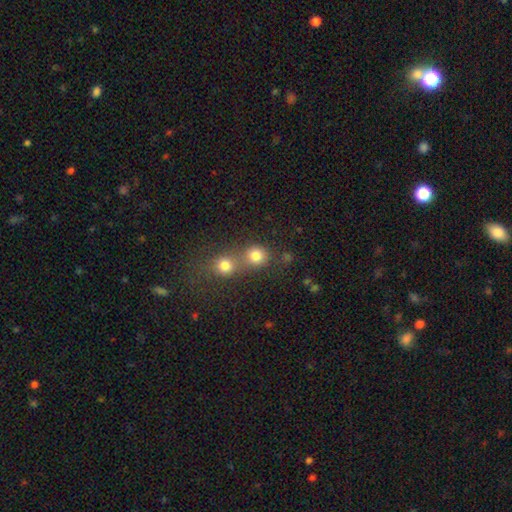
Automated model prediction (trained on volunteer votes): Smooth or featured?
  - smooth: 80% *
  - star or artifact: 13%
  - featured or disk: 7%
How rounded?
  - round: 86% *
  - in between: 13%
  - cigar-shaped: 1%
Merging?
  - merger: 49% *
  - none: 42%
  - minor disturbance: 6%
  - major disturbance: 3%